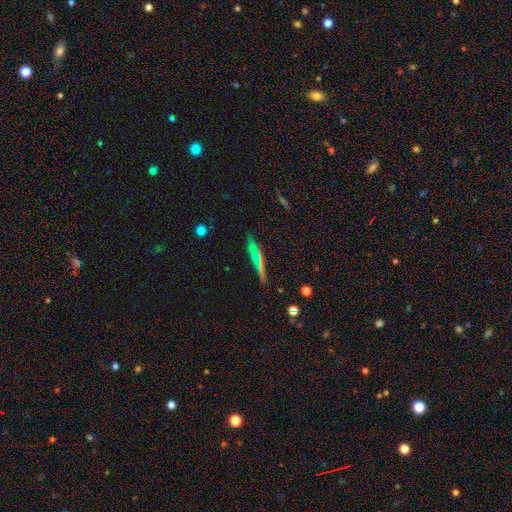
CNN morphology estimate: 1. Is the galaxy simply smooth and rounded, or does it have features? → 45% smooth, 38% featured or disk, 17% star or artifact.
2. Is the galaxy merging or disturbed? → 78% none, 13% minor disturbance, 5% merger, 4% major disturbance.